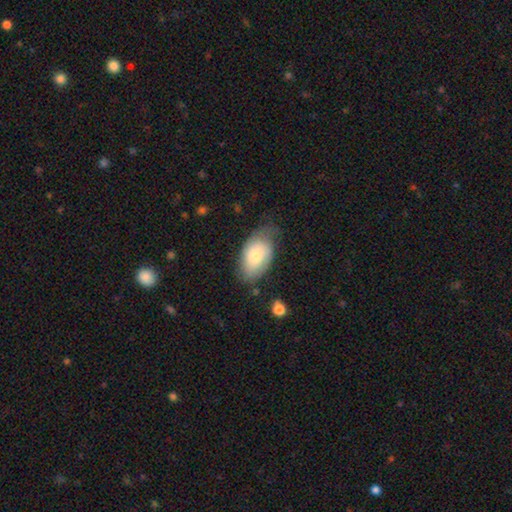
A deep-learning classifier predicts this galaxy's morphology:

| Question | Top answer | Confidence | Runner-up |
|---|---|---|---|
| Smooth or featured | smooth | 73% | featured or disk (20%) |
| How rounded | in between | 92% | round (6%) |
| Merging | none | 53% | minor disturbance (33%) |